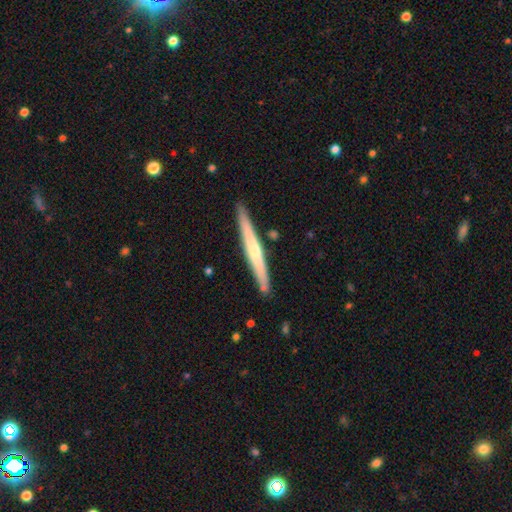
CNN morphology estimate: This is possibly a featured or disk galaxy (49%). Merging: clearly none (87%).